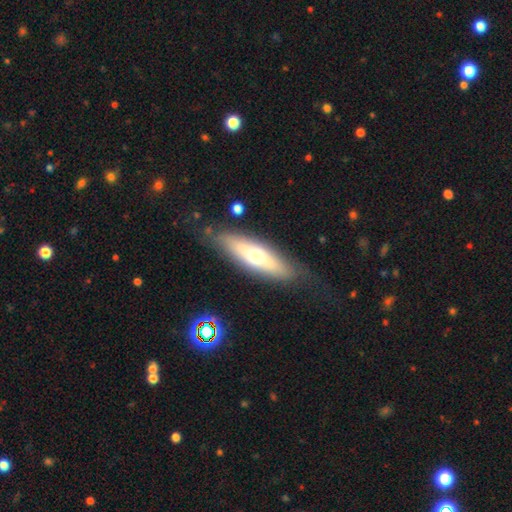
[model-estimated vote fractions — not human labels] A smooth galaxy with no disk features (50%) that is cigar-shaped (52%).

Vote fractions:
- Smooth or featured? smooth: 50% / featured or disk: 43% / star or artifact: 7%
- How rounded? cigar-shaped: 52% / in between: 46% / round: 2%
- Merging? none: 75% / minor disturbance: 17% / major disturbance: 6% / merger: 2%